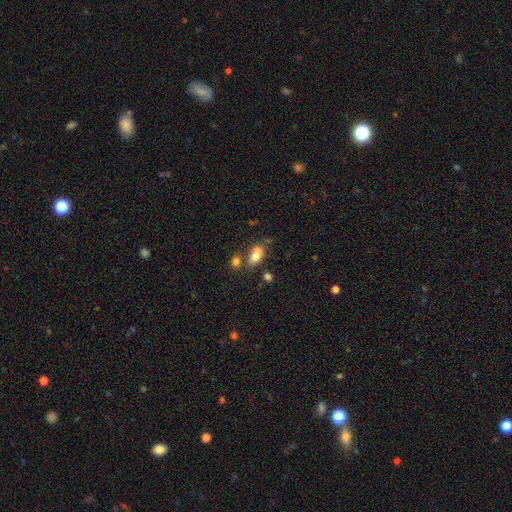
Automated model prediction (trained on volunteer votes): This appears to be a smooth galaxy with no disk features (72%) that is in between round and cigar-shaped (75%). Merging: merger (44%).